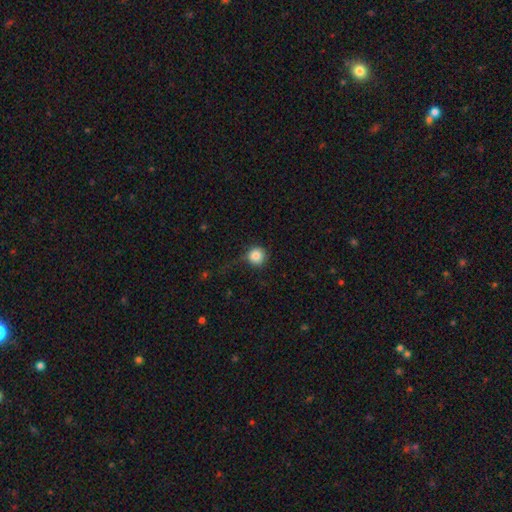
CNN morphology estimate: Smooth or featured: smooth — 84% (star or artifact — 9%)
How rounded: round — 94% (in between — 5%)
Merging: none — 61% (minor disturbance — 22%)